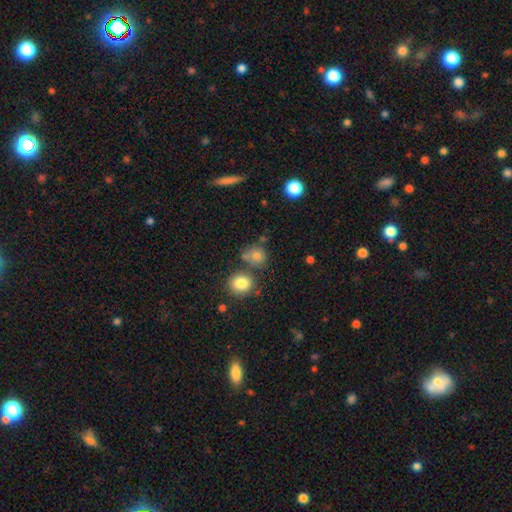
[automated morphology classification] smooth_or_featured: smooth (p=0.78) [alt: star or artifact p=0.13]
how_rounded: round (p=0.77) [alt: in between p=0.22]
merging: none (p=0.58) [alt: merger p=0.22]